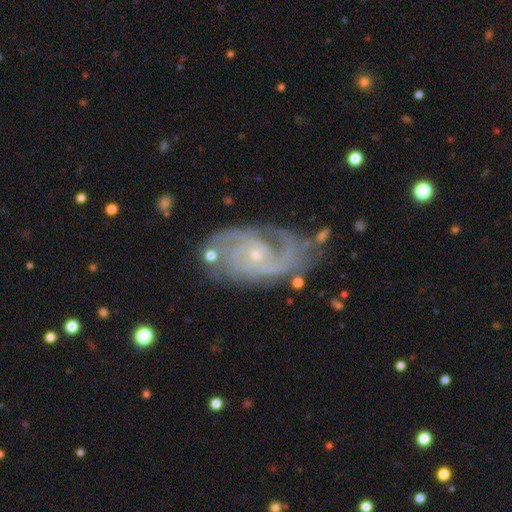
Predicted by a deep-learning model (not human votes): This appears to be a featured or disk galaxy (91%) with no bar (70%), 2 (55%) tight (55%) spiral arms (98%) and a small central bulge (82%). Merging: none (66%).